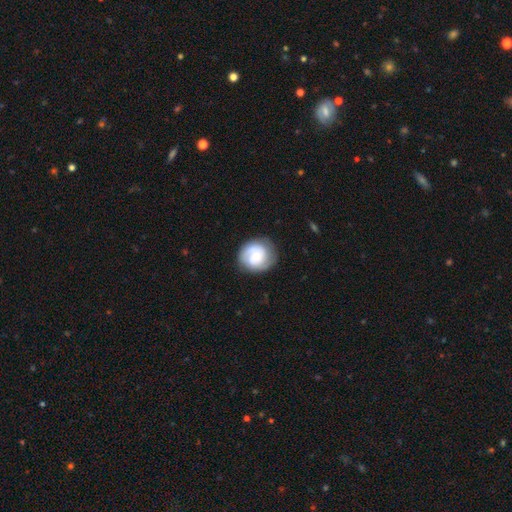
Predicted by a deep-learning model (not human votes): smooth_or_featured: featured or disk (p=0.55) [alt: smooth p=0.38]
disk_edge_on: no (p=0.98) [alt: yes p=0.02]
bar: no (p=0.71) [alt: weak p=0.25]
has_spiral_arms: yes (p=0.90) [alt: no p=0.10]
bulge_size: small (p=0.48) [alt: moderate p=0.32]
merging: none (p=0.77) [alt: minor disturbance p=0.16]